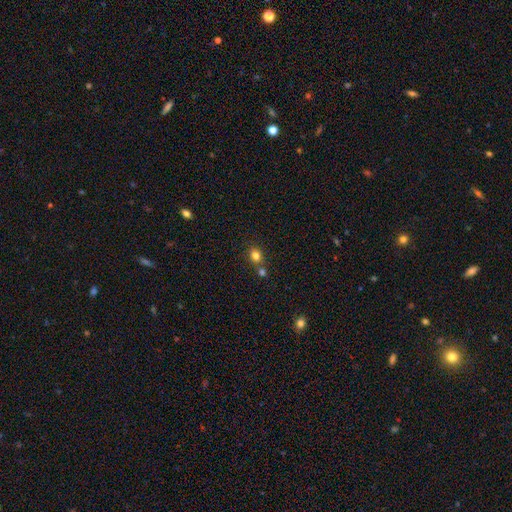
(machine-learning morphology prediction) smooth-or-featured: smooth: 81% | star or artifact: 13% | featured or disk: 6%
  how-rounded: round: 67% | in between: 32% | cigar-shaped: 1%
  merging: none: 64% | merger: 23% | minor disturbance: 10% | major disturbance: 3%